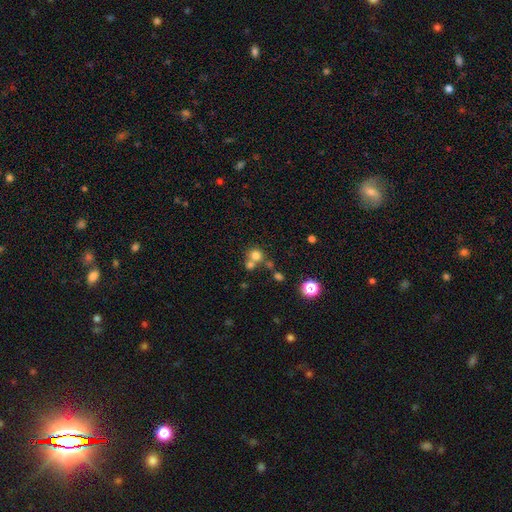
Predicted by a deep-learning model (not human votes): A smooth galaxy with no disk features (73%) that is round (88%). Merging: none (51%).